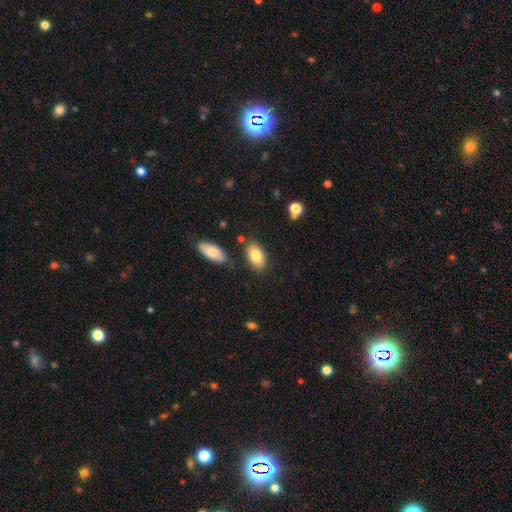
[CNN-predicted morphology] smooth 83%, featured or disk 11%, star or artifact 7%. Down the decision tree: how rounded — in between (92%); merging — none (79%).